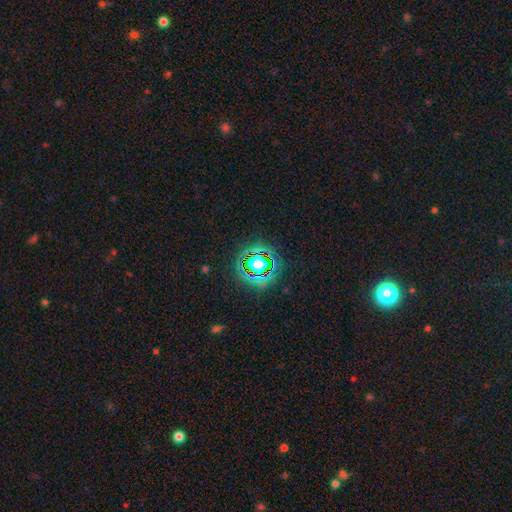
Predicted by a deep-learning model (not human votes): Smooth or featured: star or artifact — 73% (smooth — 17%)